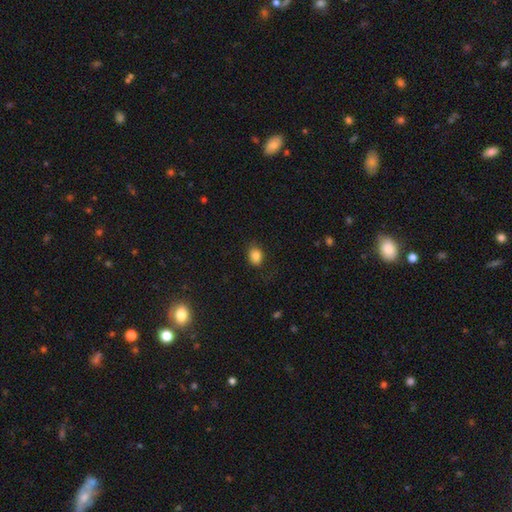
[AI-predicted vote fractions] This appears to be a smooth galaxy with no disk features (85%) that is in between round and cigar-shaped (60%). Merging: none (79%).